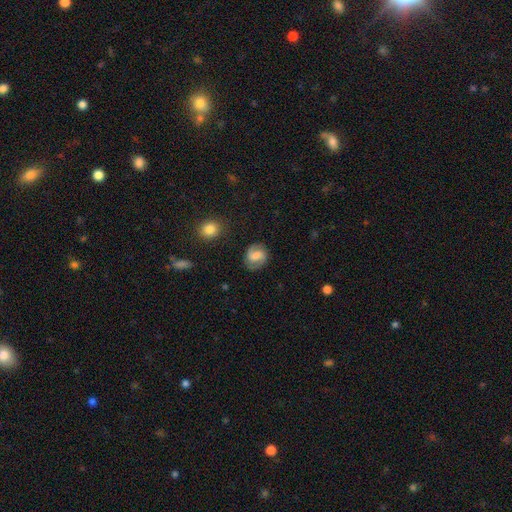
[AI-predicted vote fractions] Q: Smooth or featured?
A: featured or disk (51%); runner-up: smooth (41%)
Q: Edge-on disk?
A: no (97%); runner-up: yes (3%)
Q: Merging?
A: none (79%); runner-up: minor disturbance (14%)